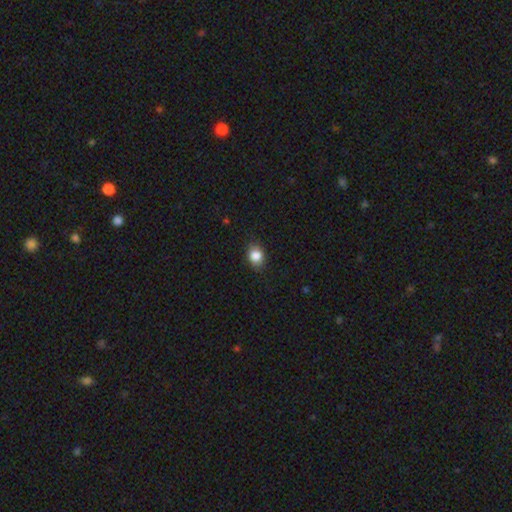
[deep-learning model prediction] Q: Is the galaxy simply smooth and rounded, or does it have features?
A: smooth — 85%.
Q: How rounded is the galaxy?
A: in between — 56%.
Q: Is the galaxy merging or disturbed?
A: none — 84%.